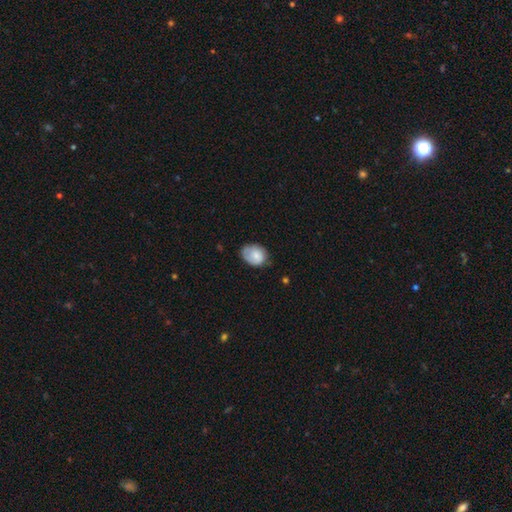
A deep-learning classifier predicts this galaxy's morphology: smooth_or_featured: smooth (p=0.70) [alt: featured or disk p=0.23]
how_rounded: in between (p=0.64) [alt: round p=0.35]
merging: none (p=0.56) [alt: minor disturbance p=0.33]